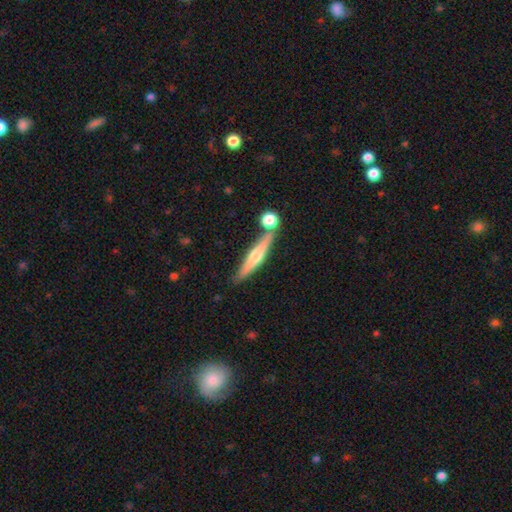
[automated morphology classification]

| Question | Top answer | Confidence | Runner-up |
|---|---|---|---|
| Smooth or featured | featured or disk | 53% | smooth (41%) |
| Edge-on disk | yes | 94% | no (6%) |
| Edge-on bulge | rounded | 85% | none (10%) |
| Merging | none | 74% | merger (12%) |